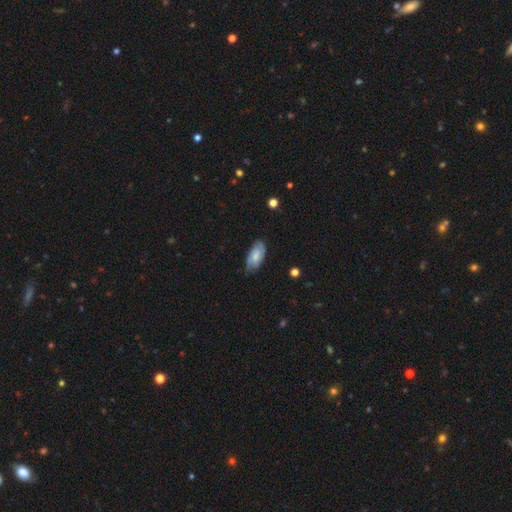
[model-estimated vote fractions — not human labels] smooth-or-featured: featured or disk: 51% | smooth: 42% | star or artifact: 7%
  disk-edge-on: no: 93% | yes: 7%
  merging: none: 72% | minor disturbance: 22% | major disturbance: 5% | merger: 1%